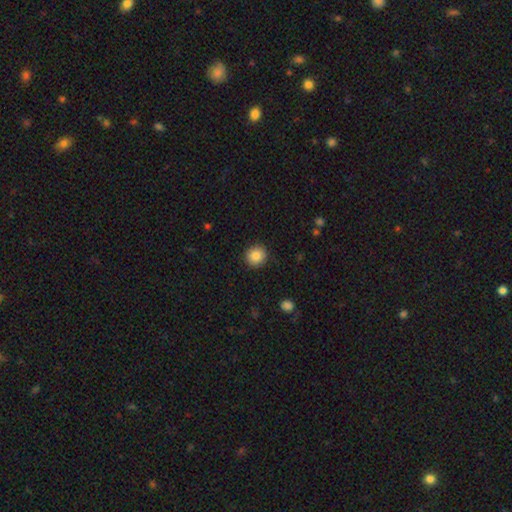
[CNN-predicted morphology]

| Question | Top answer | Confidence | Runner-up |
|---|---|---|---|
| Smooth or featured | smooth | 86% | star or artifact (9%) |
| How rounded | round | 90% | in between (9%) |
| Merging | none | 91% | minor disturbance (6%) |